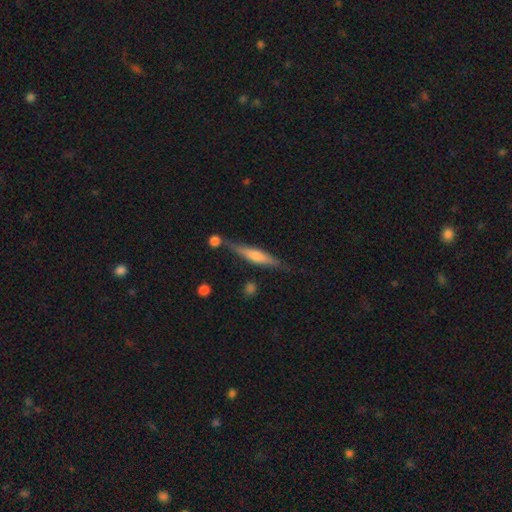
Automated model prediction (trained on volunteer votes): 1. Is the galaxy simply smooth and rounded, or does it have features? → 59% featured or disk, 34% smooth, 7% star or artifact.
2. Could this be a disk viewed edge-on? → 95% yes, 5% no.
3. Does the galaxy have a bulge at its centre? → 62% rounded, 22% boxy, 16% none.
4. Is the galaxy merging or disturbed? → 75% none, 14% minor disturbance, 8% merger, 3% major disturbance.